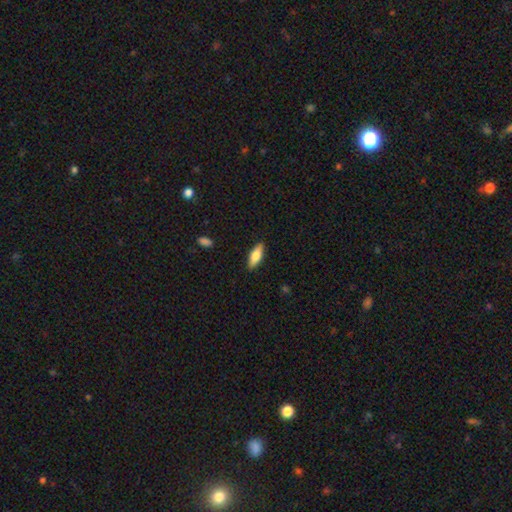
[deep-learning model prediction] smooth_or_featured: smooth (p=0.71) [alt: featured or disk p=0.23]
how_rounded: in between (p=0.71) [alt: cigar-shaped p=0.27]
merging: none (p=0.89) [alt: minor disturbance p=0.09]